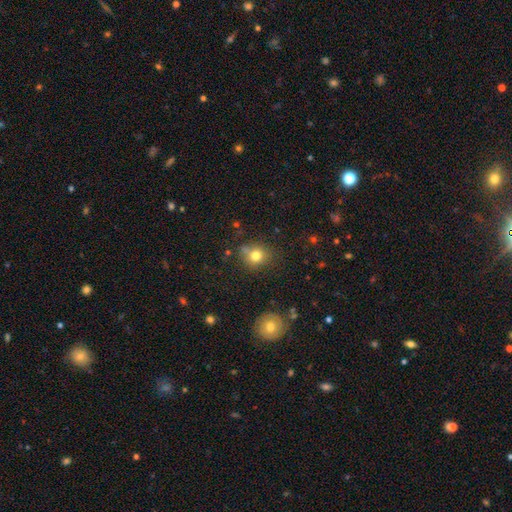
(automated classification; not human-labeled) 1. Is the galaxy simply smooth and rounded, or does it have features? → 77% smooth, 13% star or artifact, 9% featured or disk.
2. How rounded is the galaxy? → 77% round, 22% in between, 1% cigar-shaped.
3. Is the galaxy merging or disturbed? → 70% none, 17% minor disturbance, 7% merger, 5% major disturbance.